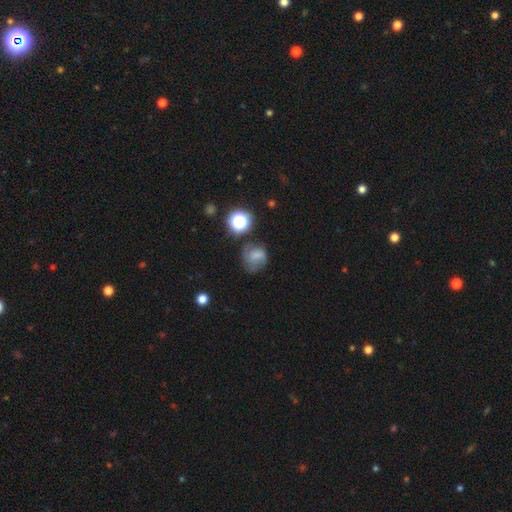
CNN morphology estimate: Smooth or featured? smooth (52%)
How rounded? round (72%)
Merging? none (53%)